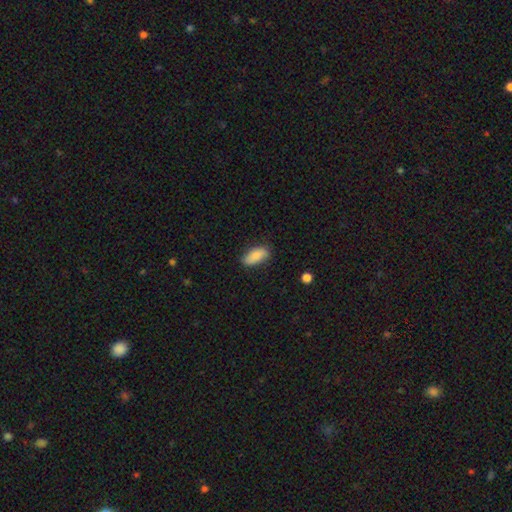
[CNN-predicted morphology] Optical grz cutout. It shows a smooth galaxy with no disk features (80%) that is in between round and cigar-shaped (89%). Merging: none (79%).